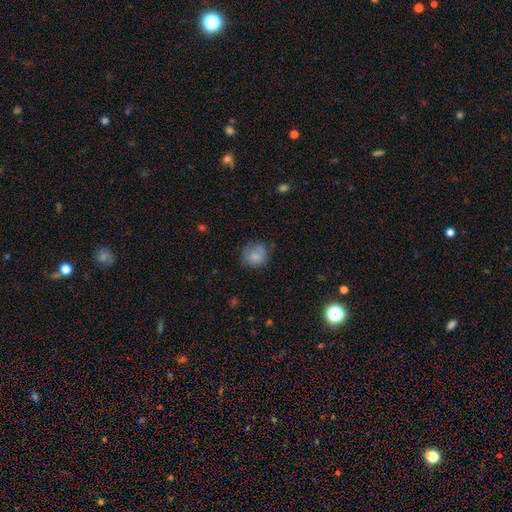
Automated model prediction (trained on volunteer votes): smooth 76%, featured or disk 15%, star or artifact 9%. Down the decision tree: how rounded — round (82%); merging — none (65%).